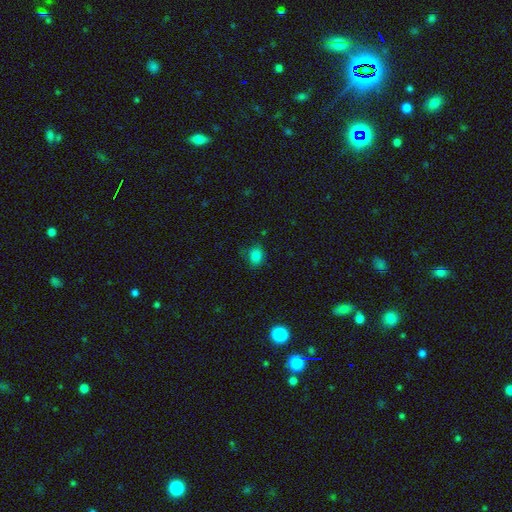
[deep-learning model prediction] smooth 82%, star or artifact 13%, featured or disk 5%. Down the decision tree: how rounded — in between (53%); merging — none (80%).